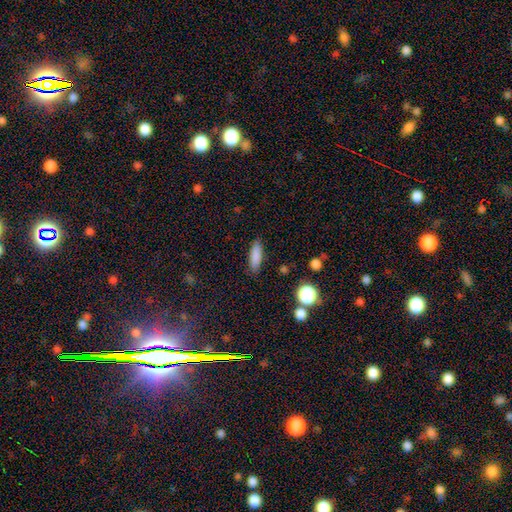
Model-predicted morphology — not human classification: Smooth or featured? smooth (84%)
How rounded? cigar-shaped (53%)
Merging? none (87%)